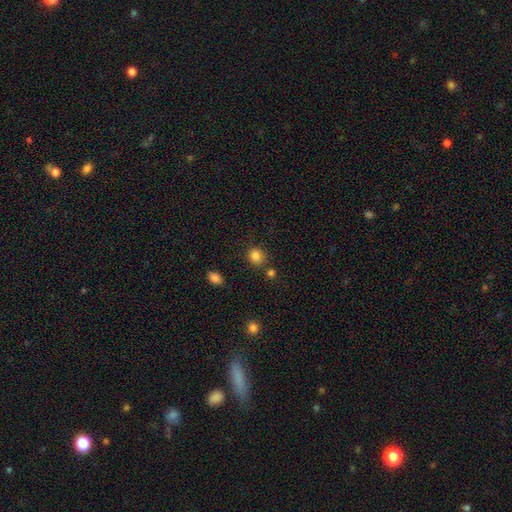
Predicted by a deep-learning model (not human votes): This appears to be a smooth galaxy with no disk features (84%) that is round (76%). Merging: none (75%).